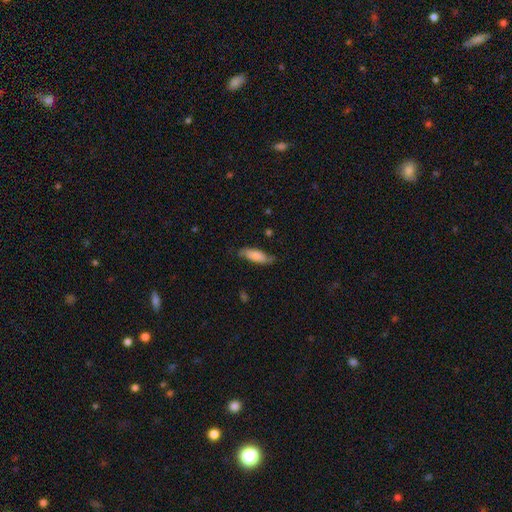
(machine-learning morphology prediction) smooth-or-featured: smooth: 74% | featured or disk: 20% | star or artifact: 6%
  how-rounded: in between: 59% | cigar-shaped: 40% | round: 2%
  merging: none: 69% | minor disturbance: 24% | major disturbance: 6% | merger: 2%